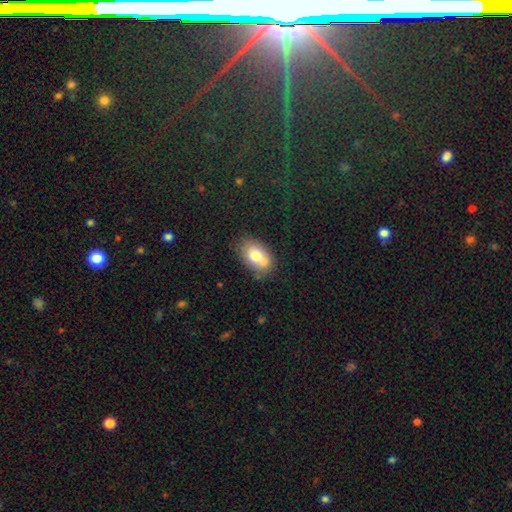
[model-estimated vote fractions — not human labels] Smooth or featured? smooth (70%)
How rounded? in between (84%)
Merging? none (50%)